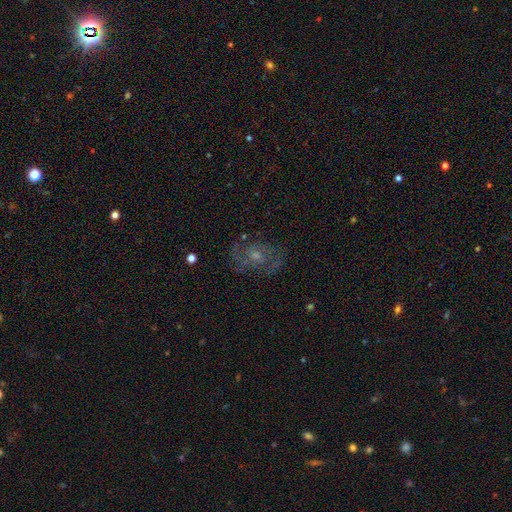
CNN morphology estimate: smooth-or-featured: featured or disk: 71% | smooth: 16% | star or artifact: 13%
  disk-edge-on: no: 96% | yes: 4%
    bar: no: 69% | weak: 27% | strong: 4%
    has-spiral-arms: yes: 84% | no: 16%
      spiral-winding: medium: 48% | tight: 33% | loose: 19%
      spiral-arm-count: 2: 52% | can't tell: 27% | 3: 10% | 1: 4% | 4: 4% | more than 4: 3%
    bulge-size: small: 46% | moderate: 45% | none: 4% | large: 4% | dominant: 1%
  merging: none: 72% | minor disturbance: 16% | major disturbance: 10% | merger: 2%